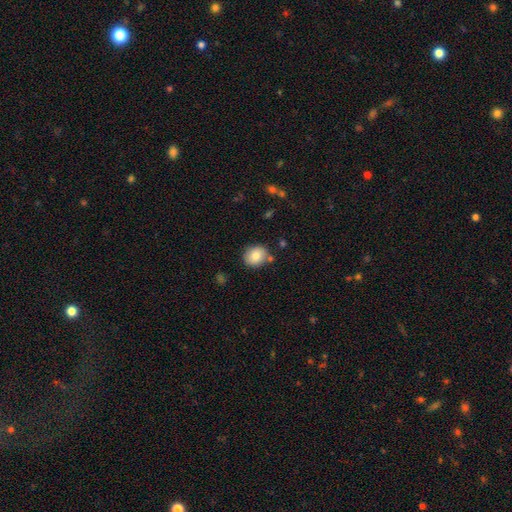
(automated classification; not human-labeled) This is clearly a smooth galaxy (82%). How rounded: likely round (70%). Merging: likely none (79%).